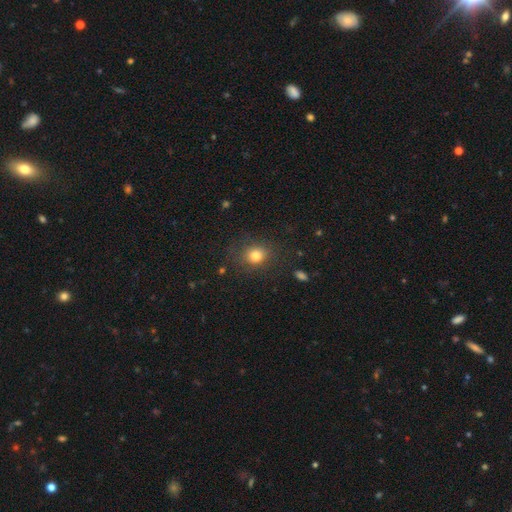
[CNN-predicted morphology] A smooth galaxy with no disk features (80%) that is round (67%). Merging: none (80%).